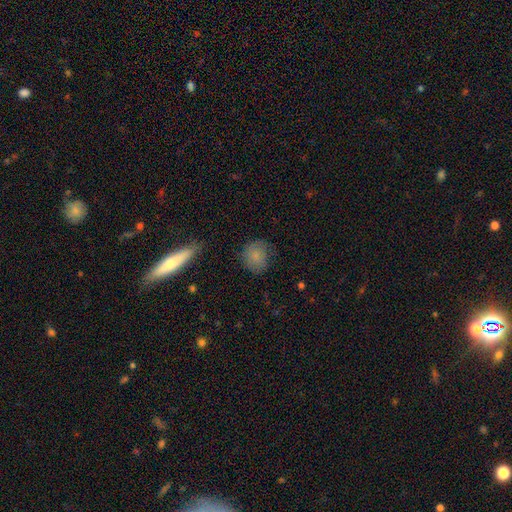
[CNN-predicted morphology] A smooth galaxy with no disk features (82%) that is round (81%). Merging: none (70%).